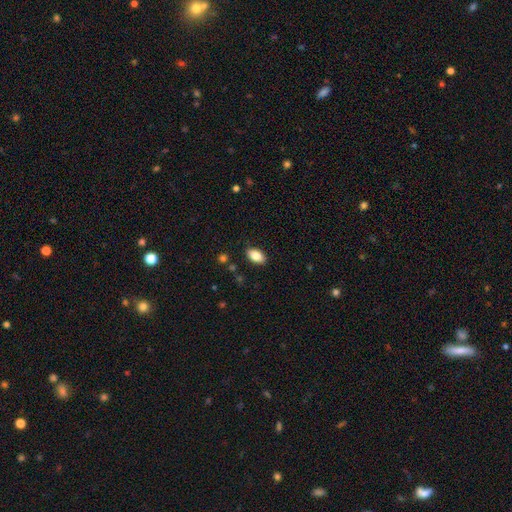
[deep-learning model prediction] This is clearly a smooth galaxy (84%). How rounded: clearly in between (92%). Merging: clearly none (87%).